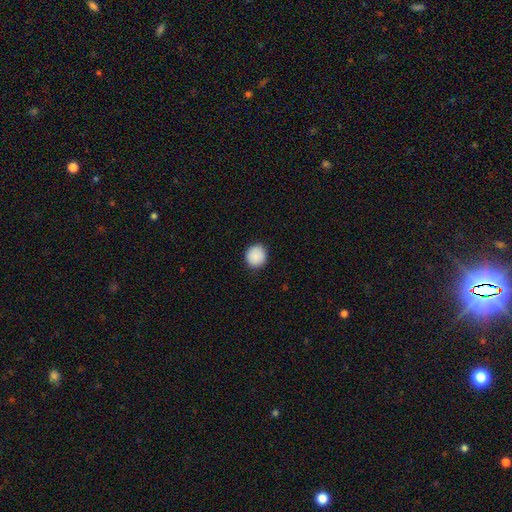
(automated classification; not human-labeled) Smooth or featured? Predicted: smooth (p=0.89). How rounded? Predicted: round (p=0.90). Merging? Predicted: none (p=0.90).